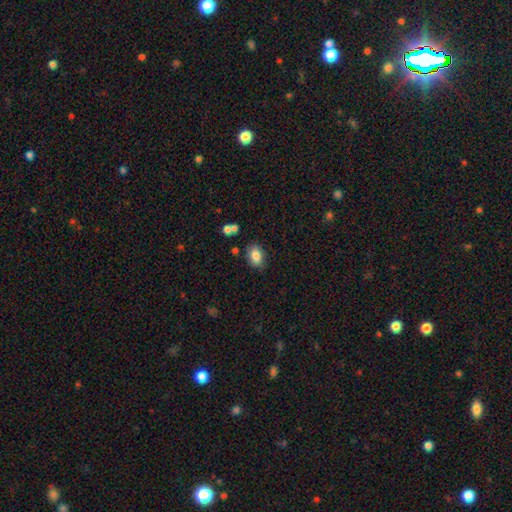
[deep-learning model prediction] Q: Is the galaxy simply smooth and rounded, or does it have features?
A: smooth — 83%.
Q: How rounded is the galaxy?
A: in between — 85%.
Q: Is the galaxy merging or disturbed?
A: none — 79%.